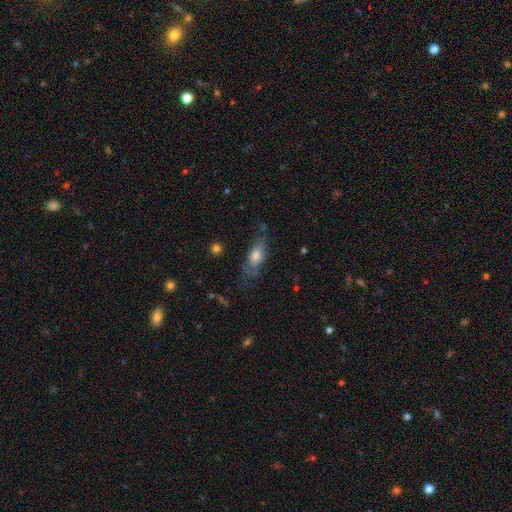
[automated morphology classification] Overall: smooth (58%; featured or disk 33%). How rounded: in between (68%). Merging: none (55%; minor disturbance 28%).